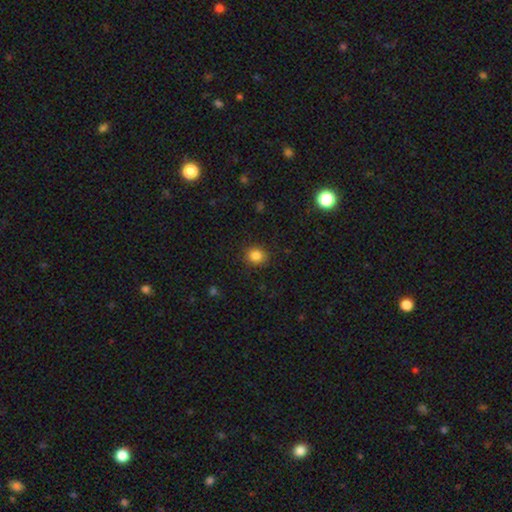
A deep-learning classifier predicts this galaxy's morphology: smooth_or_featured: smooth (p=0.85) [alt: star or artifact p=0.11]
how_rounded: round (p=0.74) [alt: in between p=0.26]
merging: none (p=0.88) [alt: minor disturbance p=0.09]